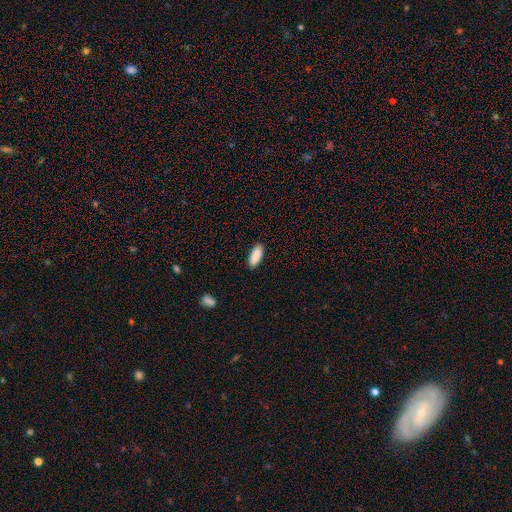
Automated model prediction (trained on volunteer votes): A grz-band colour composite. It shows a smooth galaxy with no disk features (90%) that is in between round and cigar-shaped (77%). Merging: none (89%).